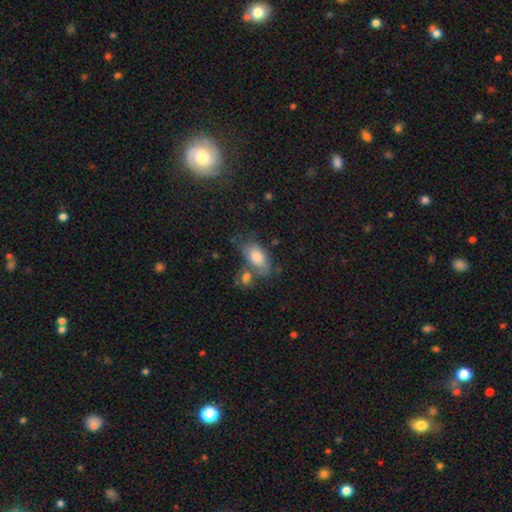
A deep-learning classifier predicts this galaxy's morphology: smooth_or_featured: smooth (p=0.78) [alt: featured or disk p=0.15]
how_rounded: in between (p=0.90) [alt: round p=0.06]
merging: none (p=0.49) [alt: merger p=0.24]